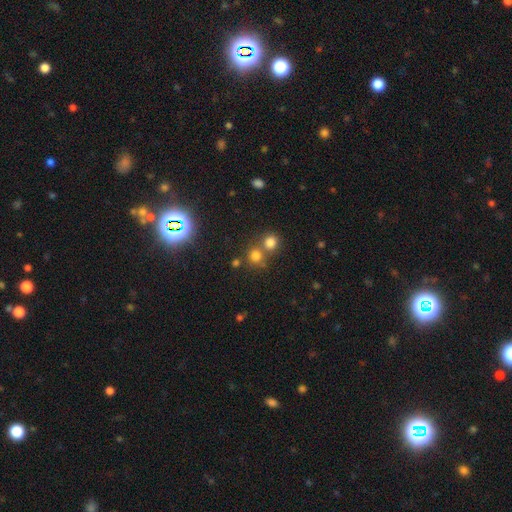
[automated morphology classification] This is likely a smooth galaxy (72%). How rounded: clearly round (88%). Merging: possibly none (57%).